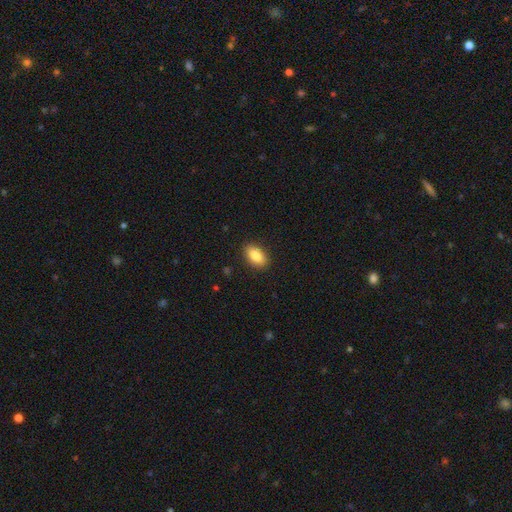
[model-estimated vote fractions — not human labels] Smooth or featured: smooth — 86% (star or artifact — 7%)
How rounded: in between — 91% (round — 5%)
Merging: none — 89% (minor disturbance — 8%)